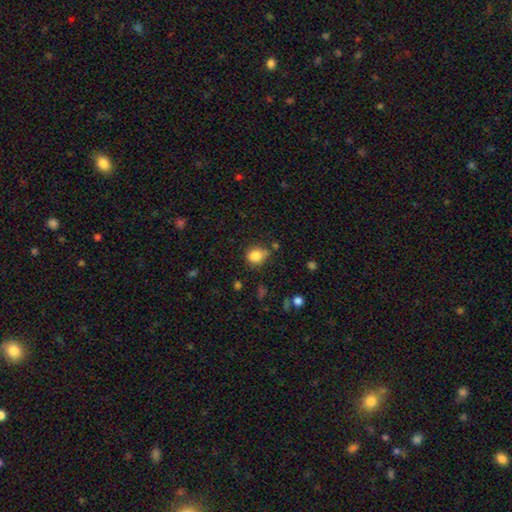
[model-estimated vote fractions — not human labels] A smooth galaxy with no disk features (84%) that is round (62%).

Vote fractions:
- Smooth or featured? smooth: 84% / star or artifact: 10% / featured or disk: 5%
- How rounded? round: 62% / in between: 37% / cigar-shaped: 1%
- Merging? none: 63% / minor disturbance: 24% / merger: 7% / major disturbance: 7%